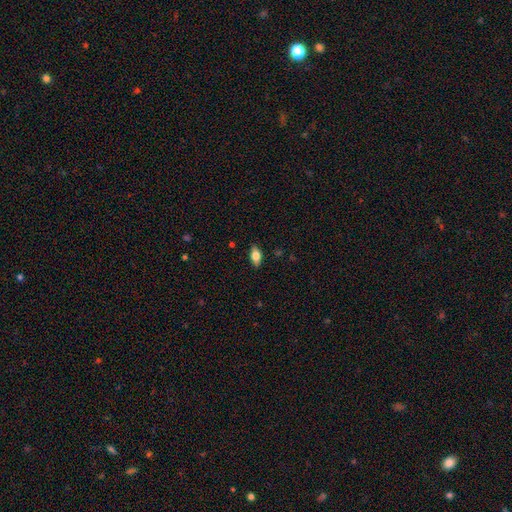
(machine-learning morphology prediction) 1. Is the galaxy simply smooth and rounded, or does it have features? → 75% smooth, 17% featured or disk, 7% star or artifact.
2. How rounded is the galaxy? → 89% in between, 7% cigar-shaped, 4% round.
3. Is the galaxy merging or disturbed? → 86% none, 11% minor disturbance, 2% major disturbance, 1% merger.